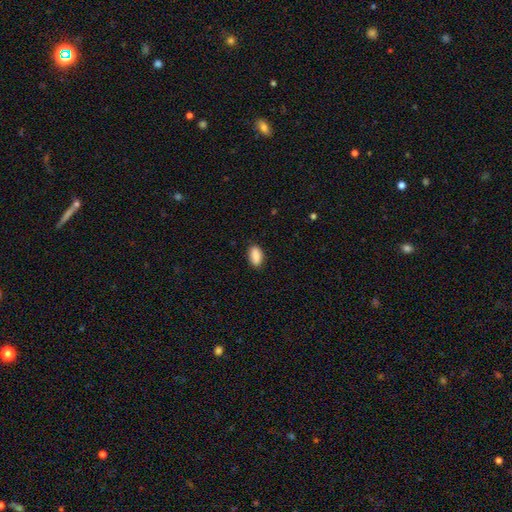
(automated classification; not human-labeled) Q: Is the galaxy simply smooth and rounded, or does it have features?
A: smooth — 88%.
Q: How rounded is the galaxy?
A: in between — 91%.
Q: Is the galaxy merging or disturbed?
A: none — 85%.